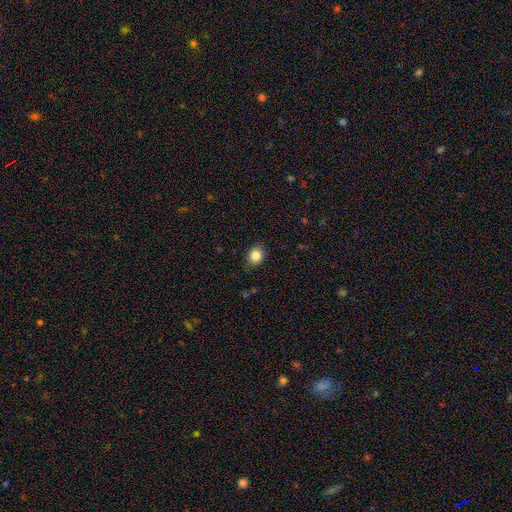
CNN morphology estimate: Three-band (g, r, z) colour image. It shows a smooth galaxy with no disk features (85%) that is round (58%). Merging: none (84%).